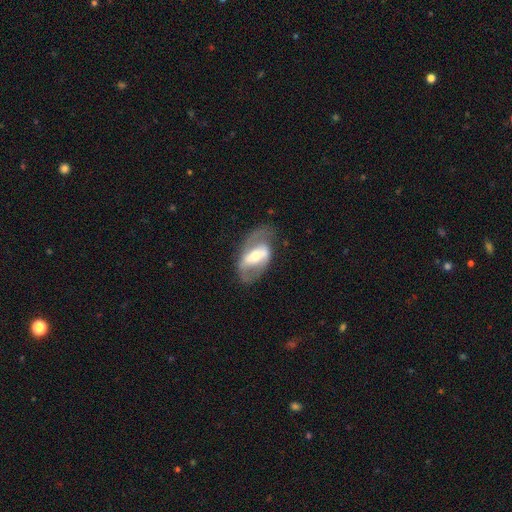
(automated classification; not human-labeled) This appears to be a featured or disk galaxy (75%) with a strong bar (50%), spiral arms (67%) and a moderate central bulge (60%). Merging: none (60%).